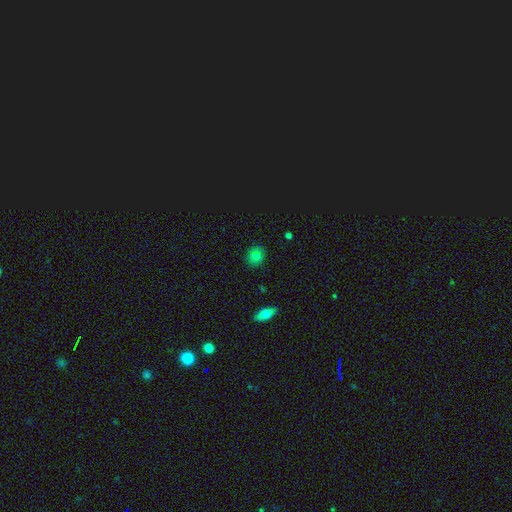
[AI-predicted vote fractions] This appears to be a smooth galaxy with no disk features (75%) that is round (75%). Merging: none (87%).